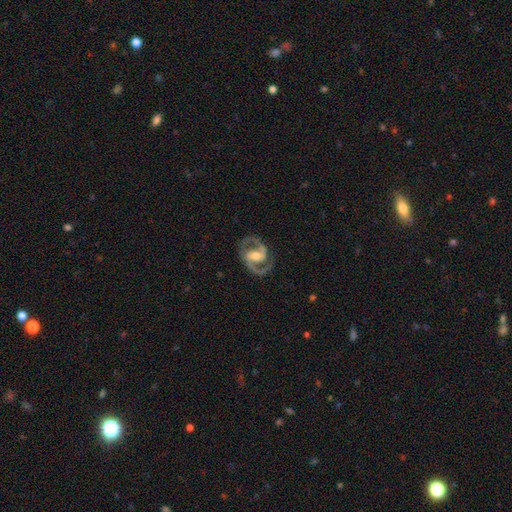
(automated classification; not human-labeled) featured or disk 92%, star or artifact 4%, smooth 4%. Down the decision tree: edge-on disk — no (98%); bar — weak (43%); spiral arms — yes (98%); spiral arm count — 2 (94%); spiral winding — medium (65%); bulge size — moderate (60%); merging — none (82%).